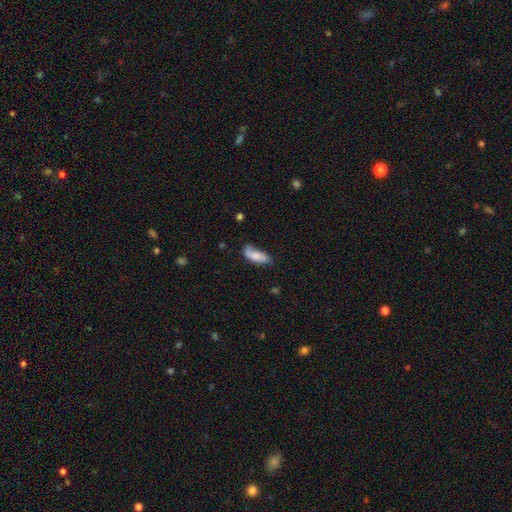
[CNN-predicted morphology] The model was most divided on "merging": none: 47%, minor disturbance: 33%, major disturbance: 15%, merger: 5%. More confident: how rounded — in between (76%); smooth or featured — smooth (67%).